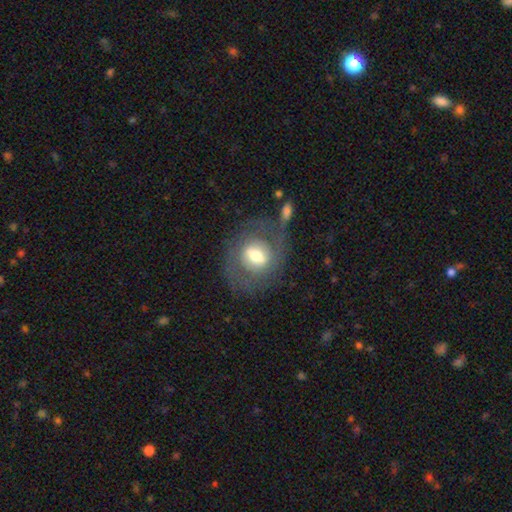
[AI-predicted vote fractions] A featured or disk galaxy (57%) with a weak bar (47%), spiral arms (66%) and a moderate central bulge (59%). Merging: none (59%).